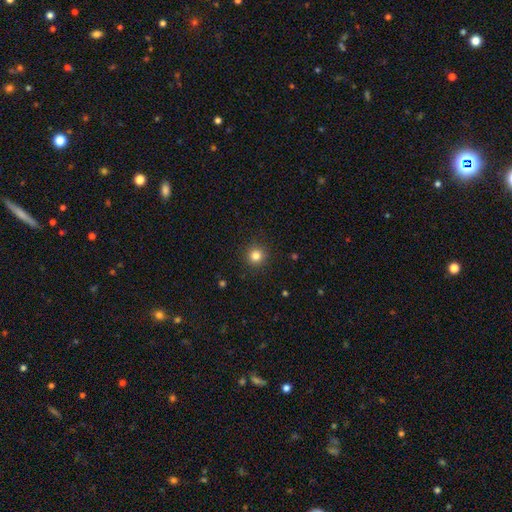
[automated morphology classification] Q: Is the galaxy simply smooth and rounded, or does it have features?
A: smooth — 82%.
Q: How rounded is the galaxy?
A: round — 95%.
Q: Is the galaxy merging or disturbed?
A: none — 92%.